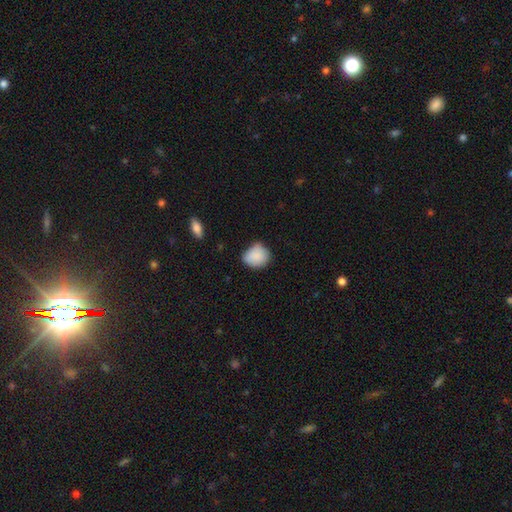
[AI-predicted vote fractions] Overall: smooth (87%). How rounded: round (66%; in between 33%). Merging: none (57%; minor disturbance 35%).